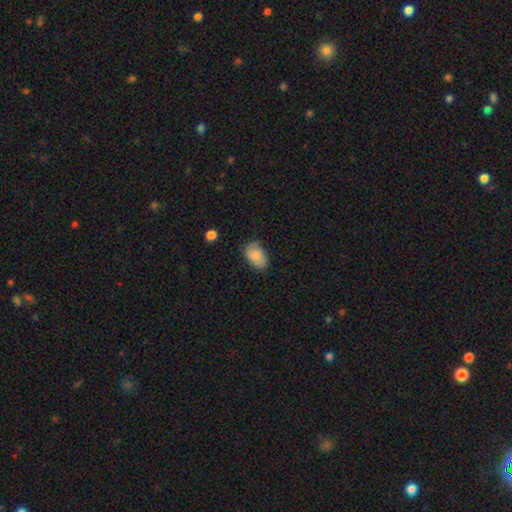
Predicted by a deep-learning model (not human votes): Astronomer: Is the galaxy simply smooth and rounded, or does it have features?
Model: smooth — 84%.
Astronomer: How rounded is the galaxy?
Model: in between — 89%.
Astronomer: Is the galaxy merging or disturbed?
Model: none — 70%.